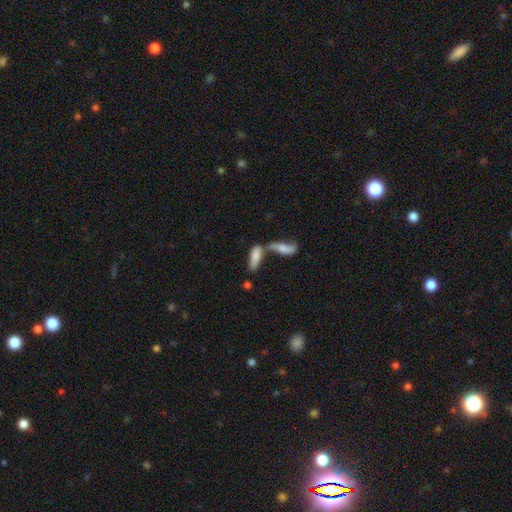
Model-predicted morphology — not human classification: This is likely a smooth galaxy (68%). How rounded: possibly in between (56%). Merging: likely merger (61%).